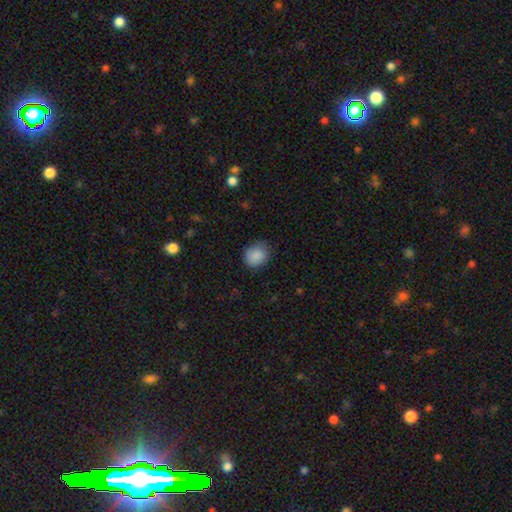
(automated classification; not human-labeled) smooth 87%, star or artifact 8%, featured or disk 5%. Down the decision tree: how rounded — round (62%); merging — none (76%).